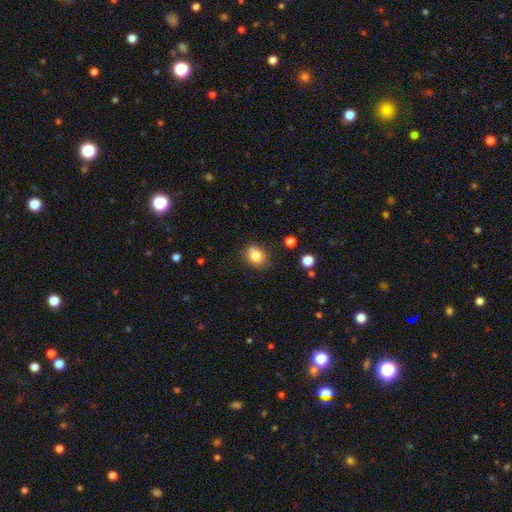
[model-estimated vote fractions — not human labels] smooth-or-featured: smooth: 80% | star or artifact: 11% | featured or disk: 9%
  how-rounded: round: 55% | in between: 44% | cigar-shaped: 1%
  merging: none: 69% | minor disturbance: 20% | merger: 6% | major disturbance: 5%